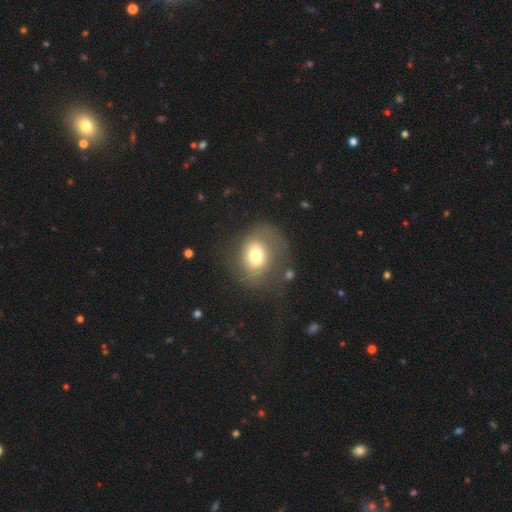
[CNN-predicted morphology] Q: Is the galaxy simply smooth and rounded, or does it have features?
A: smooth — 66%.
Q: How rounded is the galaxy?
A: round — 52%.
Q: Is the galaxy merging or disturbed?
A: none — 51%.